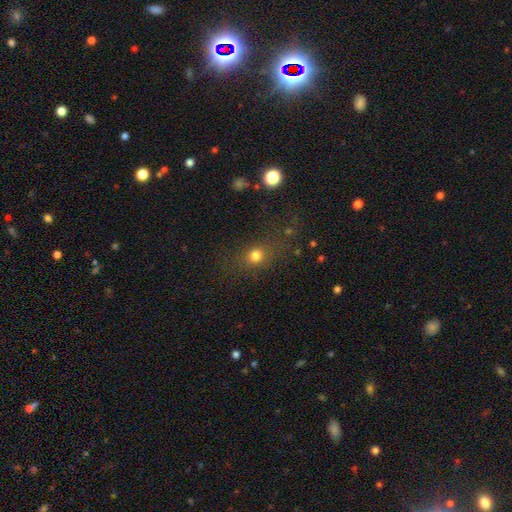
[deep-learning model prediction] Smooth or featured?
  - smooth: 73% *
  - star or artifact: 17%
  - featured or disk: 9%
How rounded?
  - round: 67% *
  - in between: 29%
  - cigar-shaped: 4%
Merging?
  - none: 72% *
  - minor disturbance: 13%
  - major disturbance: 10%
  - merger: 5%